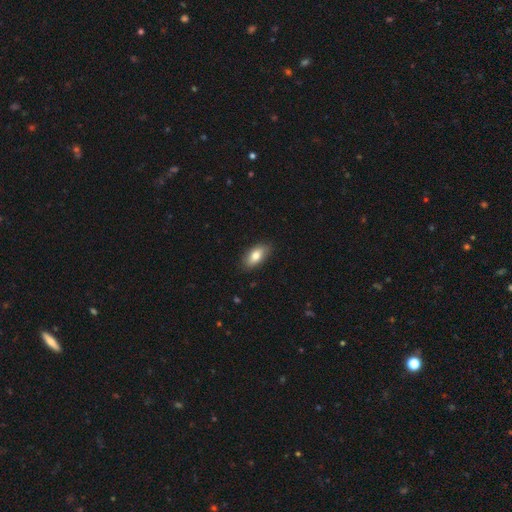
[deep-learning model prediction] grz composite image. It shows a smooth galaxy with no disk features (80%) that is in between round and cigar-shaped (89%). Merging: none (85%).